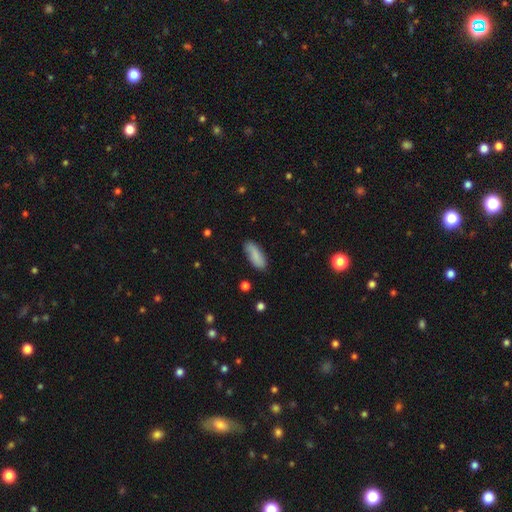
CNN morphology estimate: smooth-or-featured: smooth: 81% | featured or disk: 12% | star or artifact: 6%
  how-rounded: in between: 73% | cigar-shaped: 25% | round: 2%
  merging: none: 77% | minor disturbance: 17% | major disturbance: 4% | merger: 2%